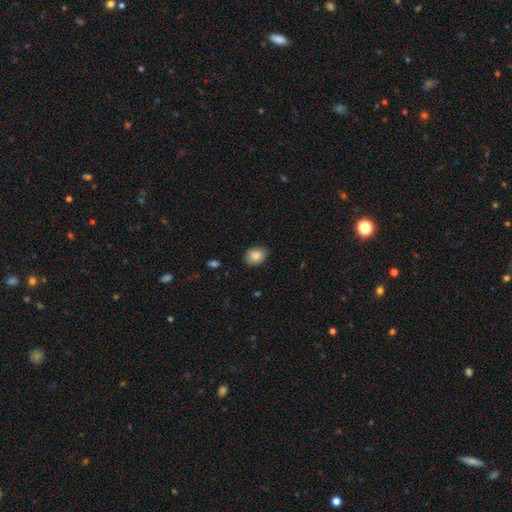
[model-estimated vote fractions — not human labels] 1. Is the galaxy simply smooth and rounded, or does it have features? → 86% smooth, 7% star or artifact, 7% featured or disk.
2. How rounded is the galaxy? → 66% in between, 33% round, 1% cigar-shaped.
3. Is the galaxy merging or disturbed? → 82% none, 15% minor disturbance, 3% major disturbance, 1% merger.